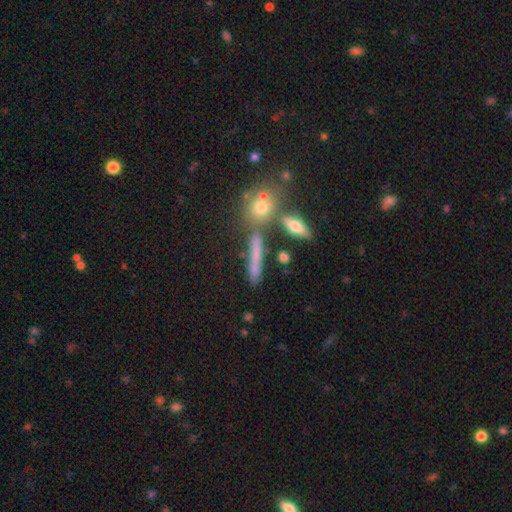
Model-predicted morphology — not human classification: Smooth or featured? smooth (53%)
How rounded? cigar-shaped (72%)
Merging? none (65%)